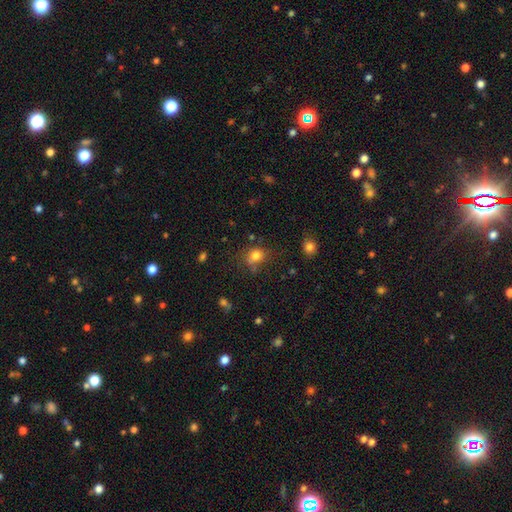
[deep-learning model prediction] The model was most divided on "how rounded": round: 58%, in between: 41%, cigar-shaped: 1%. More confident: smooth or featured — smooth (77%); merging — none (60%).